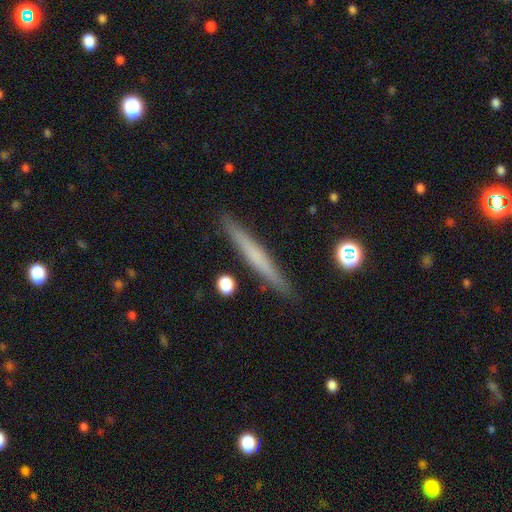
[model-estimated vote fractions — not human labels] Q: Smooth or featured?
A: smooth (52%); runner-up: featured or disk (41%)
Q: How rounded?
A: cigar-shaped (96%); runner-up: in between (2%)
Q: Merging?
A: none (90%); runner-up: minor disturbance (7%)